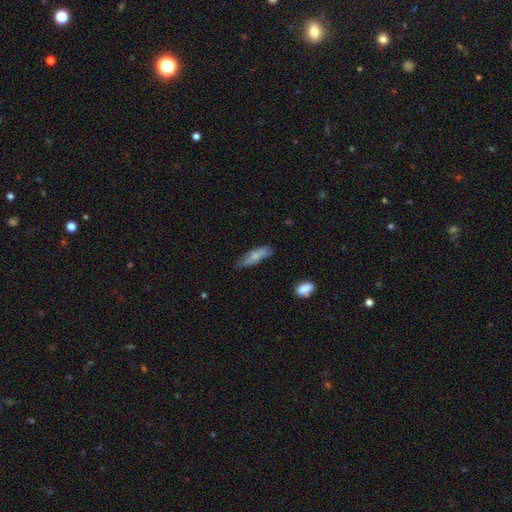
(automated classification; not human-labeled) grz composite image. It shows a smooth galaxy with no disk features (64%) that is cigar-shaped (61%). Merging: none (67%).